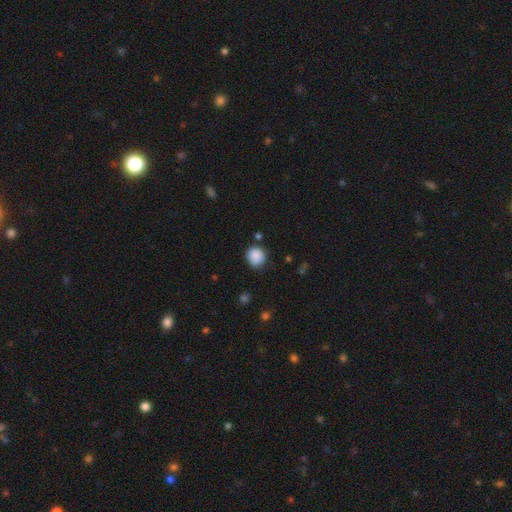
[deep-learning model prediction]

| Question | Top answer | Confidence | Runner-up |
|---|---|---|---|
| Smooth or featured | smooth | 87% | star or artifact (9%) |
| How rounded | round | 86% | in between (13%) |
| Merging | none | 77% | minor disturbance (16%) |